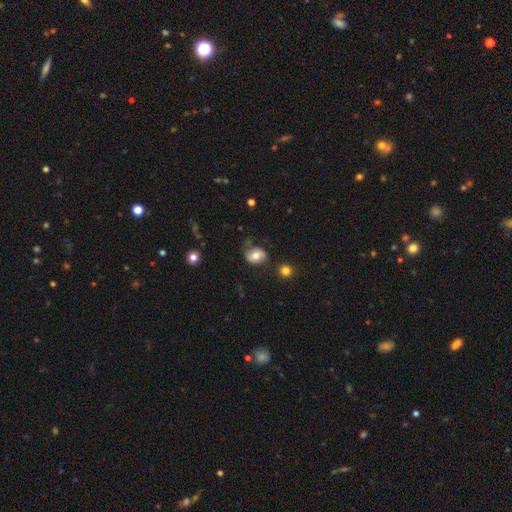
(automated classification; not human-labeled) A smooth galaxy with no disk features (61%) that is in between round and cigar-shaped (52%).

Vote fractions:
- Smooth or featured? smooth: 61% / featured or disk: 31% / star or artifact: 9%
- How rounded? in between: 52% / round: 47% / cigar-shaped: 1%
- Merging? none: 53% / minor disturbance: 28% / major disturbance: 15% / merger: 4%